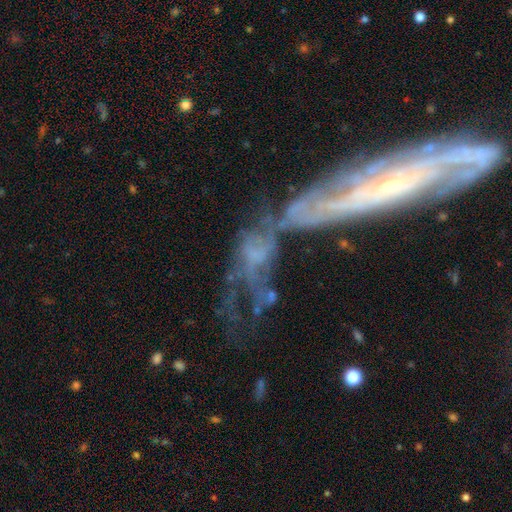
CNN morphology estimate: A featured or disk galaxy (54%). Merging: merger (48%).